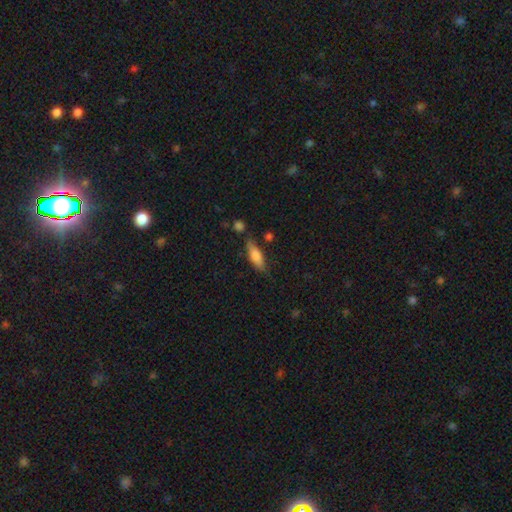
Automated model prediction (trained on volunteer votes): Smooth or featured?
  - smooth: 75% *
  - featured or disk: 18%
  - star or artifact: 7%
How rounded?
  - in between: 55% *
  - cigar-shaped: 43%
  - round: 2%
Merging?
  - none: 69% *
  - minor disturbance: 20%
  - merger: 6%
  - major disturbance: 5%